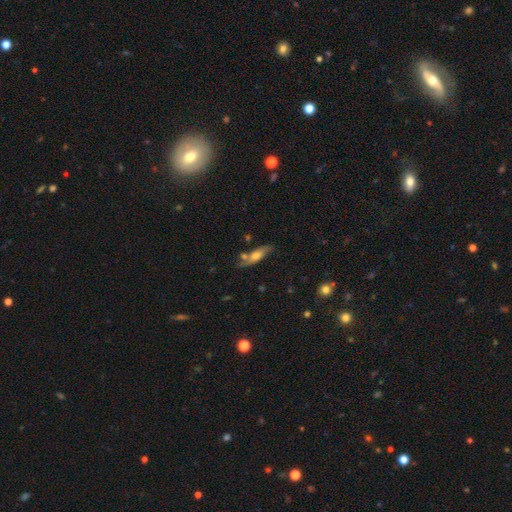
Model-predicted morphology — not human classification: Smooth or featured: featured or disk — 49% (smooth — 44%)
Merging: none — 63% (minor disturbance — 19%)